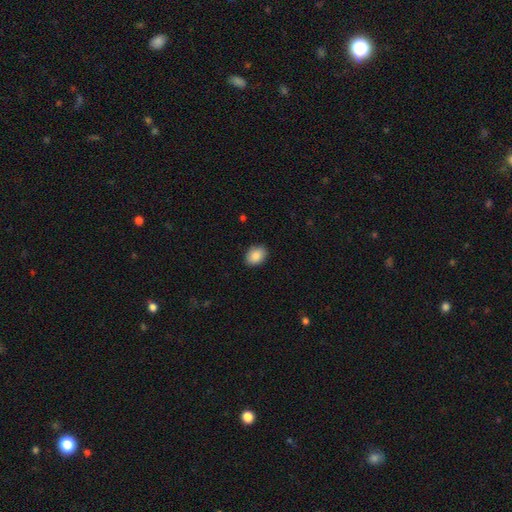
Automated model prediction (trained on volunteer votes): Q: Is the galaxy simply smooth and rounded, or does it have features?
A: smooth — 88%.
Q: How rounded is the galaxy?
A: in between — 73%.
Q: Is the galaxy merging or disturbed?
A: none — 88%.